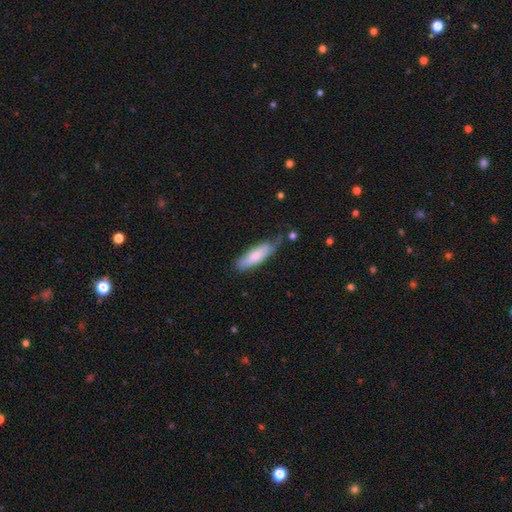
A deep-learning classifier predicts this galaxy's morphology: This is likely a smooth galaxy (72%). How rounded: possibly cigar-shaped (51%). Merging: possibly none (48%).